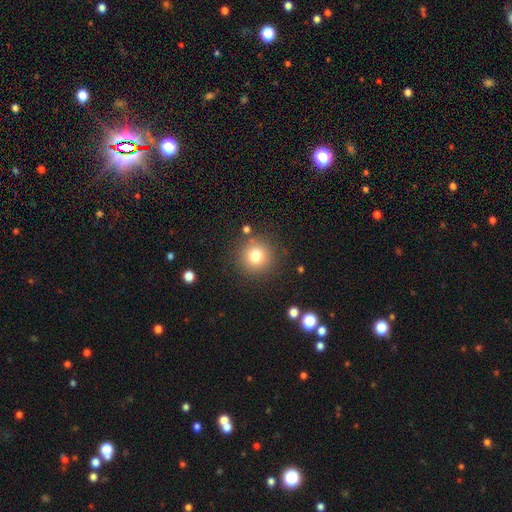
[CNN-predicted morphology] Smooth or featured?
  - smooth: 78% *
  - star or artifact: 13%
  - featured or disk: 9%
How rounded?
  - round: 95% *
  - in between: 4%
  - cigar-shaped: 1%
Merging?
  - none: 86% *
  - minor disturbance: 8%
  - merger: 3%
  - major disturbance: 3%